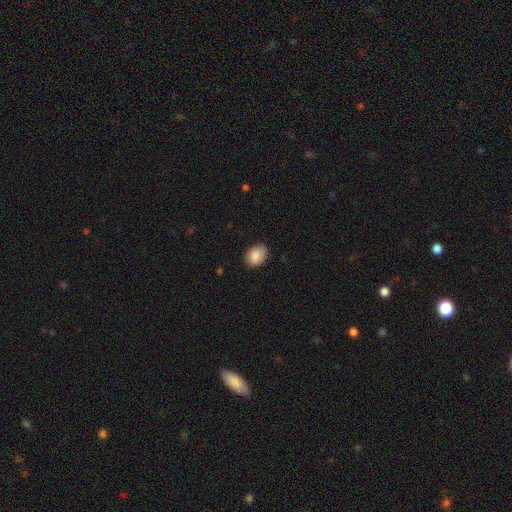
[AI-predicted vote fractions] smooth-or-featured: smooth: 87% | star or artifact: 7% | featured or disk: 5%
  how-rounded: in between: 64% | round: 35% | cigar-shaped: 1%
  merging: none: 80% | minor disturbance: 16% | major disturbance: 3% | merger: 1%